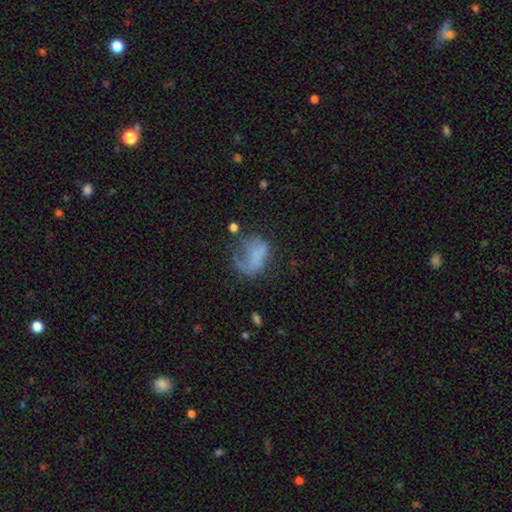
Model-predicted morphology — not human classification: type=smooth (50%); roundness=in between (67%); merging=major disturbance (46%).